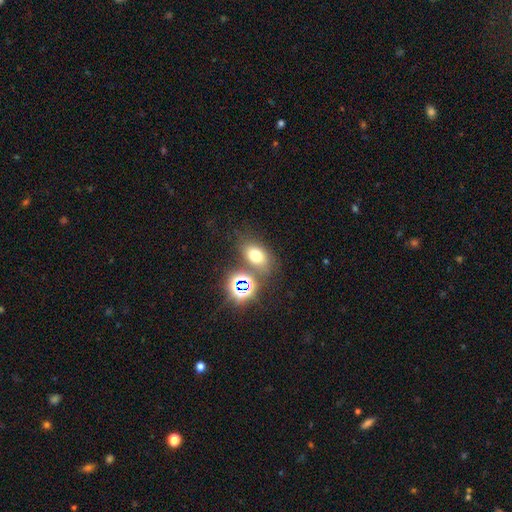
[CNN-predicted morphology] smooth-or-featured: smooth: 64% | star or artifact: 24% | featured or disk: 12%
  how-rounded: in between: 71% | round: 27% | cigar-shaped: 2%
  merging: none: 66% | merger: 16% | minor disturbance: 12% | major disturbance: 5%